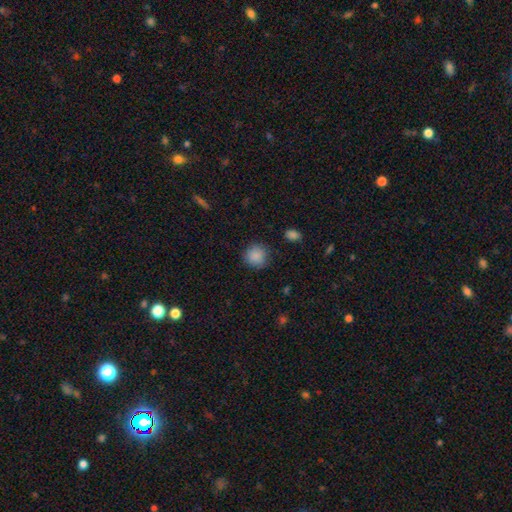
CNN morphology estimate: A smooth galaxy with no disk features (87%) that is round (91%). Merging: none (84%).